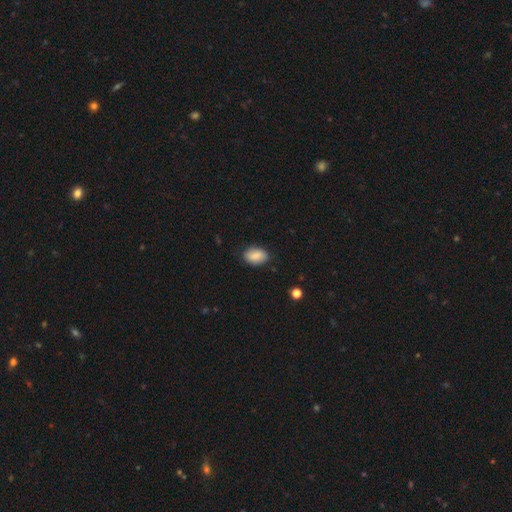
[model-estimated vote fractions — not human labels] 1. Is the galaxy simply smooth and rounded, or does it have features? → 85% smooth, 8% featured or disk, 7% star or artifact.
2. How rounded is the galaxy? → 88% in between, 11% round, 1% cigar-shaped.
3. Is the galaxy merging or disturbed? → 83% none, 13% minor disturbance, 3% major disturbance, 1% merger.